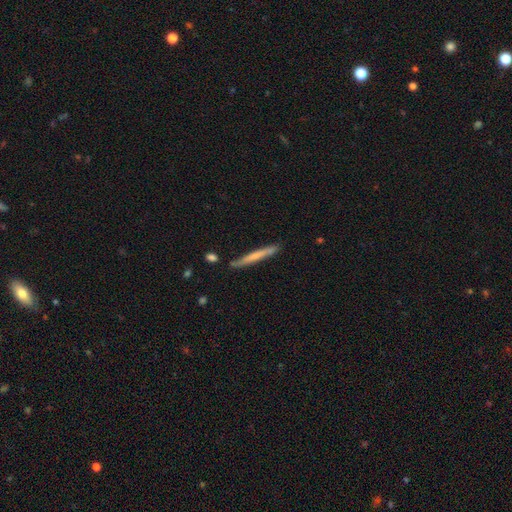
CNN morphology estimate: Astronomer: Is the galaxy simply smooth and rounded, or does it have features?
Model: smooth — 55% (runner-up: featured or disk, 39%).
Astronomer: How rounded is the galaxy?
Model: cigar-shaped — 96%.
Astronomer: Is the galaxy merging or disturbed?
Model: none — 85%.